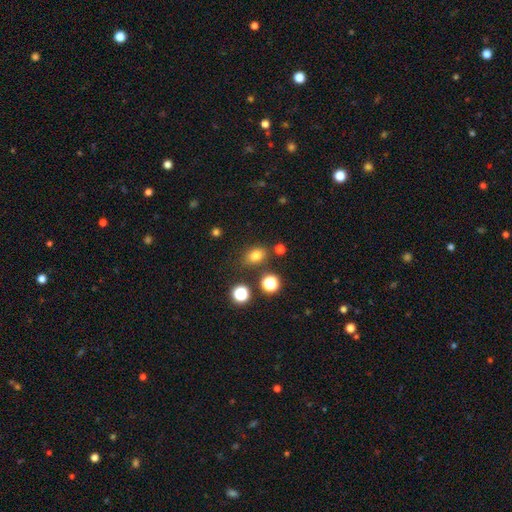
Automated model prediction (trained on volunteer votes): A smooth galaxy with no disk features (76%) that is in between round and cigar-shaped (63%). Merging: none (78%).